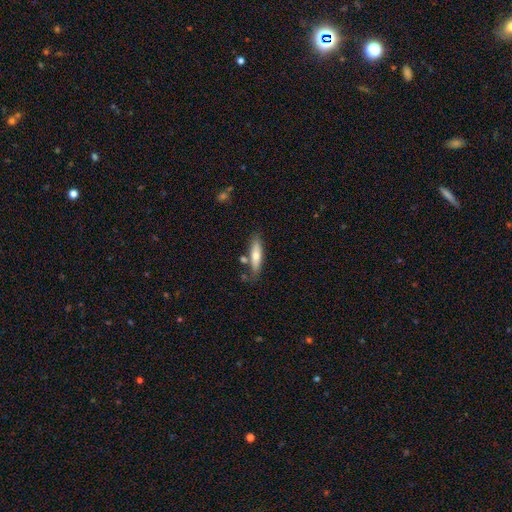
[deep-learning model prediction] smooth_or_featured: smooth (p=0.63) [alt: featured or disk p=0.31]
how_rounded: cigar-shaped (p=0.68) [alt: in between p=0.30]
merging: none (p=0.71) [alt: minor disturbance p=0.15]